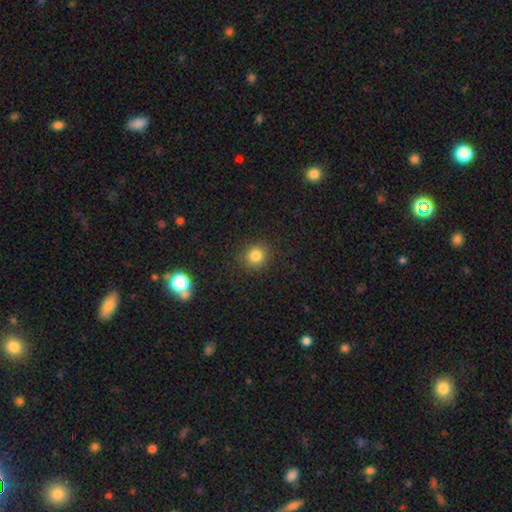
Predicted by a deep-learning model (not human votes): smooth-or-featured: smooth: 82% | star or artifact: 13% | featured or disk: 5%
  how-rounded: round: 87% | in between: 12% | cigar-shaped: 1%
  merging: none: 89% | minor disturbance: 8% | major disturbance: 3% | merger: 1%